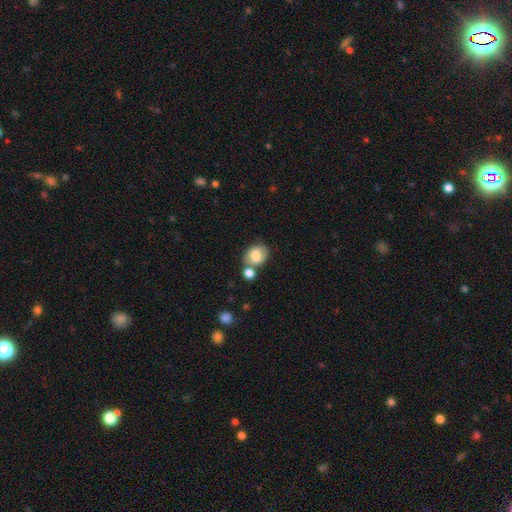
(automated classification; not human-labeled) This appears to be a smooth galaxy with no disk features (75%) that is in between round and cigar-shaped (57%). Merging: none (53%).